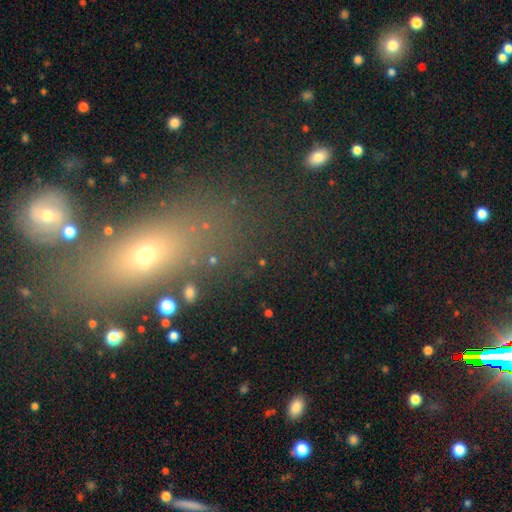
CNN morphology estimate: smooth 47%, star or artifact 34%, featured or disk 19%. Down the decision tree: merging — none (75%).